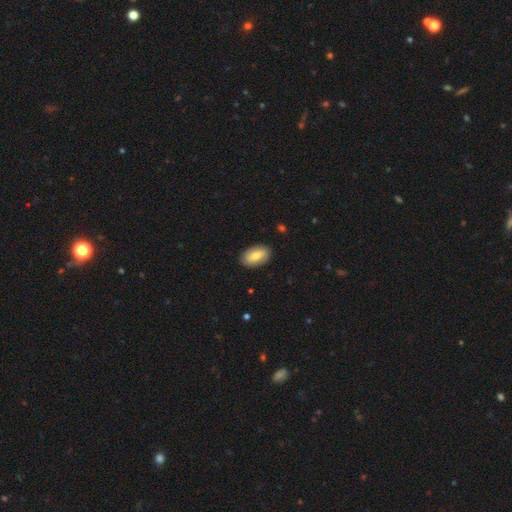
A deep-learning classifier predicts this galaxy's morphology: smooth_or_featured: smooth (p=0.70) [alt: featured or disk p=0.24]
how_rounded: in between (p=0.93) [alt: round p=0.05]
merging: none (p=0.87) [alt: minor disturbance p=0.09]